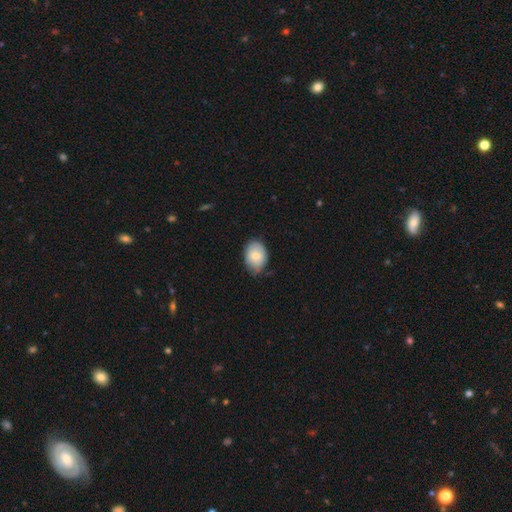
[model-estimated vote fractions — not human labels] smooth 76%, featured or disk 18%, star or artifact 7%. Down the decision tree: how rounded — in between (76%); merging — none (63%).